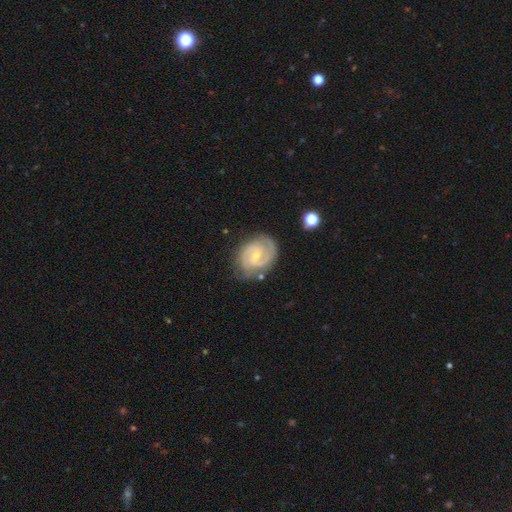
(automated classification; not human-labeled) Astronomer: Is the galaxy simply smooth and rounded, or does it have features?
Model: featured or disk — 88%.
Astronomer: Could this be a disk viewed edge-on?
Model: no — 98%.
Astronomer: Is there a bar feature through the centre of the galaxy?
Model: weak — 53% (runner-up: no, 35%).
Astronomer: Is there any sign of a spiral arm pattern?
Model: yes — 97%.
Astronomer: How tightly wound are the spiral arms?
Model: tight — 51% (runner-up: medium, 41%).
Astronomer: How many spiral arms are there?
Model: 2 — 79%.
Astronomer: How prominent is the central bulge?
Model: small — 66%.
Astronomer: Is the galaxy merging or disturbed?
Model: none — 72%.